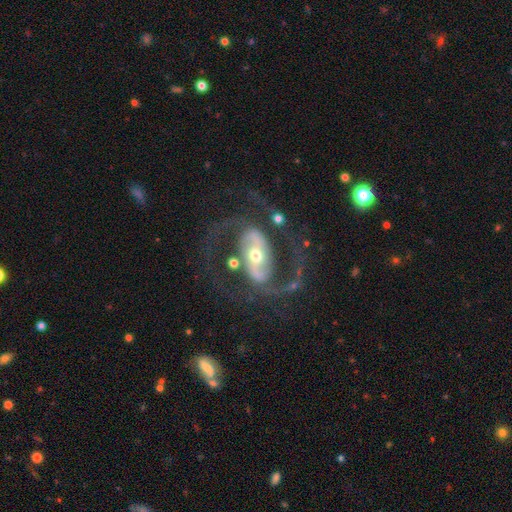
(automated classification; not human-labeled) smooth-or-featured: featured or disk: 90% | star or artifact: 5% | smooth: 5%
  disk-edge-on: no: 97% | yes: 3%
    bar: strong: 52% | weak: 29% | no: 18%
    has-spiral-arms: yes: 95% | no: 5%
      spiral-winding: medium: 59% | loose: 27% | tight: 14%
      spiral-arm-count: 2: 92% | can't tell: 2% | 3: 2% | 1: 2% | 4: 1% | more than 4: 1%
    bulge-size: moderate: 56% | small: 37% | large: 5% | dominant: 1% | none: 1%
  merging: none: 72% | major disturbance: 13% | minor disturbance: 12% | merger: 3%